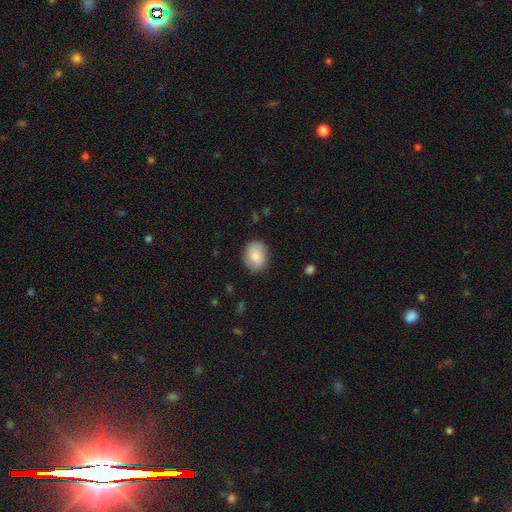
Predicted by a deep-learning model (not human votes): The model was most divided on "how rounded": in between: 51%, round: 48%, cigar-shaped: 1%. More confident: merging — none (85%); smooth or featured — smooth (85%).